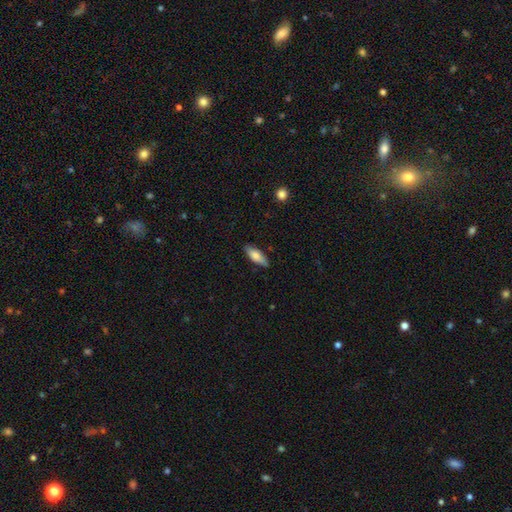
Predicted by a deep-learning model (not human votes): Q: Smooth or featured?
A: smooth (78%); runner-up: featured or disk (16%)
Q: How rounded?
A: in between (69%); runner-up: cigar-shaped (29%)
Q: Merging?
A: none (83%); runner-up: minor disturbance (14%)